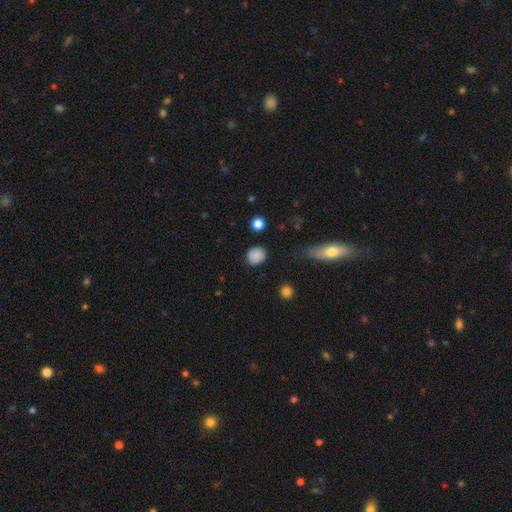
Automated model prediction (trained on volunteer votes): The model was most divided on "how rounded": round: 78%, in between: 21%, cigar-shaped: 1%. More confident: smooth or featured — smooth (86%); merging — none (84%).